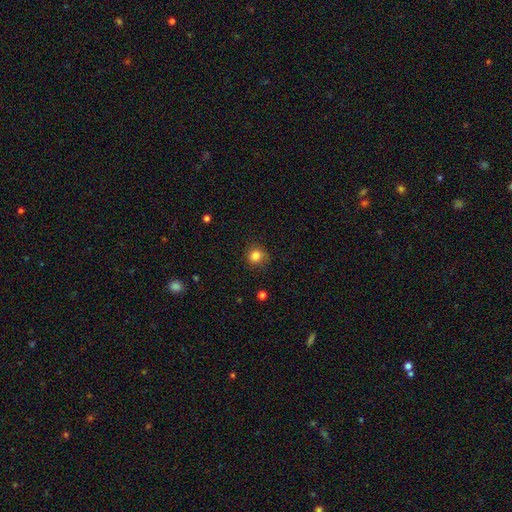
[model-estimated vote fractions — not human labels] Smooth or featured?
  - smooth: 83% *
  - star or artifact: 11%
  - featured or disk: 6%
How rounded?
  - round: 85% *
  - in between: 14%
  - cigar-shaped: 1%
Merging?
  - none: 77% *
  - minor disturbance: 17%
  - major disturbance: 5%
  - merger: 1%